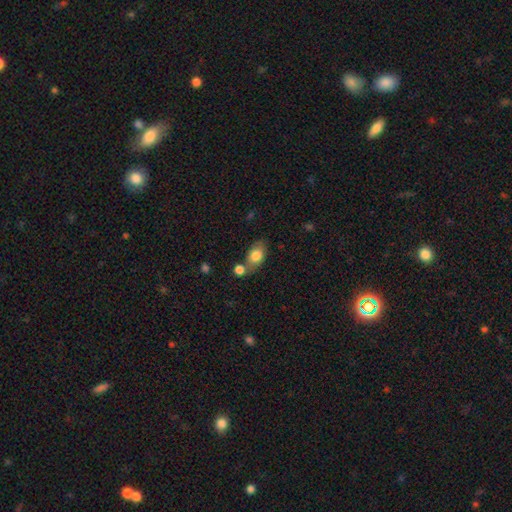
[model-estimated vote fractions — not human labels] smooth-or-featured: smooth: 80% | featured or disk: 13% | star or artifact: 7%
  how-rounded: in between: 83% | round: 15% | cigar-shaped: 2%
  merging: none: 55% | merger: 26% | minor disturbance: 15% | major disturbance: 5%